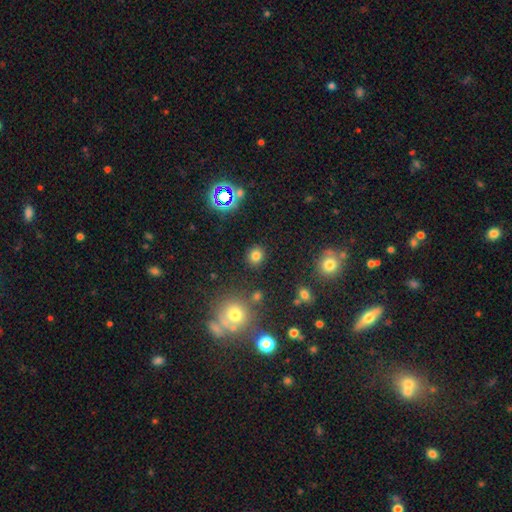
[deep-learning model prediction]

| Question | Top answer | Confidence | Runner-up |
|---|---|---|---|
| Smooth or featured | smooth | 78% | star or artifact (16%) |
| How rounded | round | 81% | in between (18%) |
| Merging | none | 87% | minor disturbance (7%) |